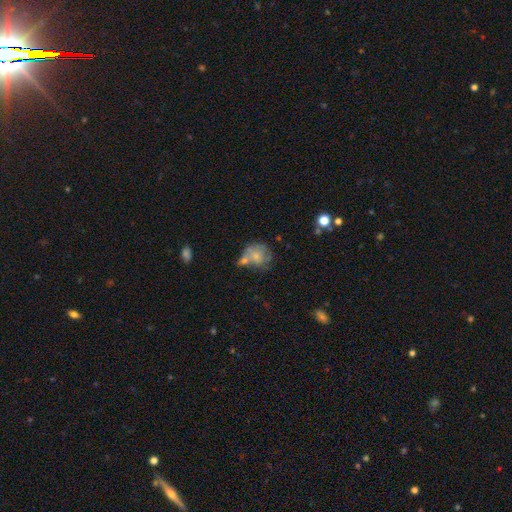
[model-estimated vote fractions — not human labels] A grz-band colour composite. It shows a smooth galaxy with no disk features (57%) that is round (70%). Merging: merger (37%).